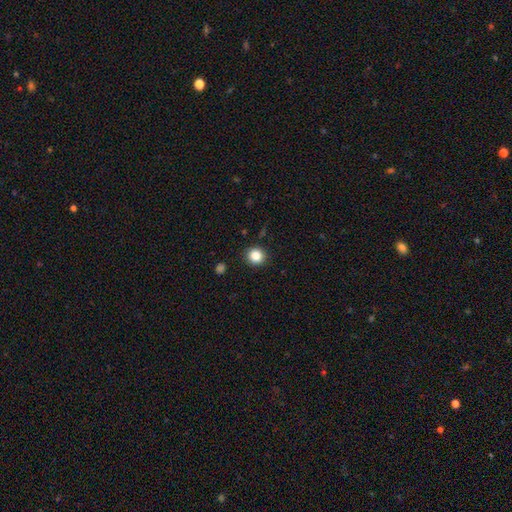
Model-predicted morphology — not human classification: This is clearly a smooth galaxy (85%). How rounded: clearly round (90%). Merging: clearly none (91%).